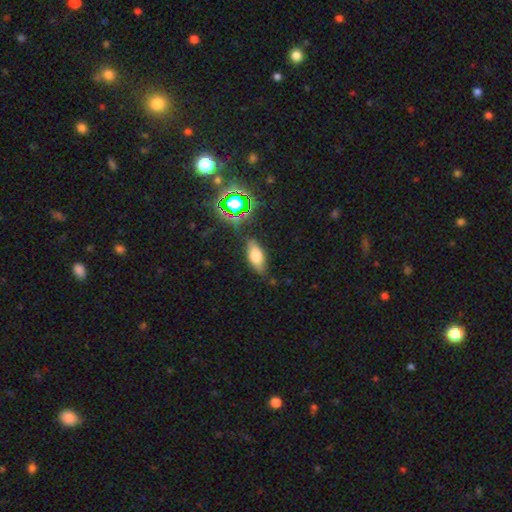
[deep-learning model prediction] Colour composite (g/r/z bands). It shows a smooth galaxy with no disk features (67%) that is in between round and cigar-shaped (81%). Merging: none (79%).